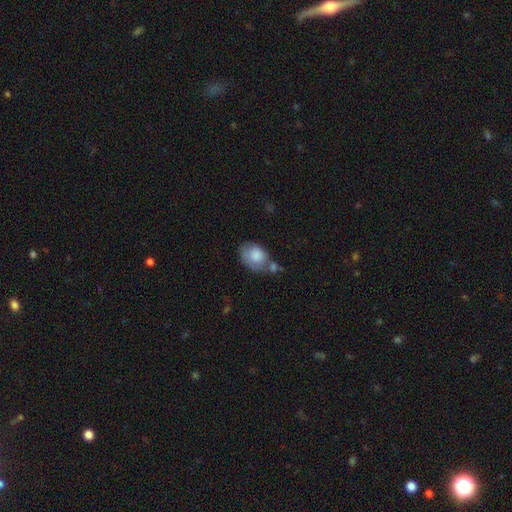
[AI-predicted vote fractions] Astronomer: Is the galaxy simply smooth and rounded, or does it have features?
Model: smooth — 81%.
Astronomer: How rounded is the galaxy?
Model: in between — 71%.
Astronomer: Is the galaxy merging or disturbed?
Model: none — 39% (runner-up: minor disturbance, 26%).